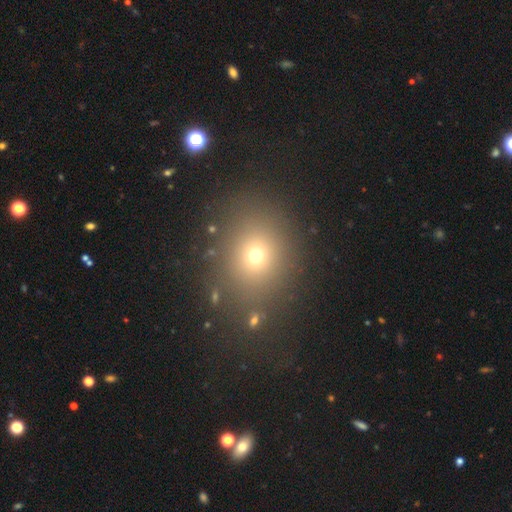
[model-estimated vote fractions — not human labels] Q: Smooth or featured?
A: smooth (67%); runner-up: star or artifact (23%)
Q: How rounded?
A: round (73%); runner-up: in between (26%)
Q: Merging?
A: none (83%); runner-up: minor disturbance (9%)